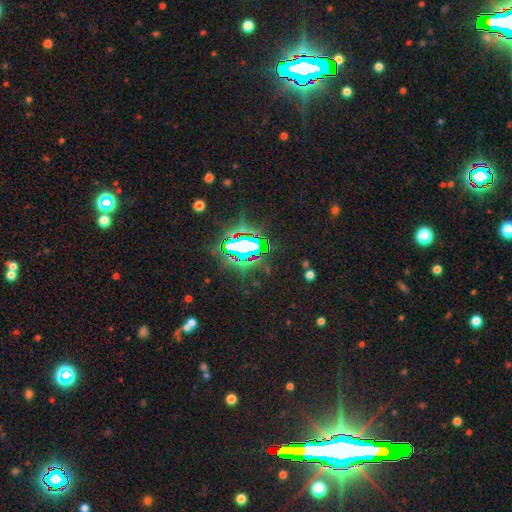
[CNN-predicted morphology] This appears to be a star or artifact, not a galaxy (84%).